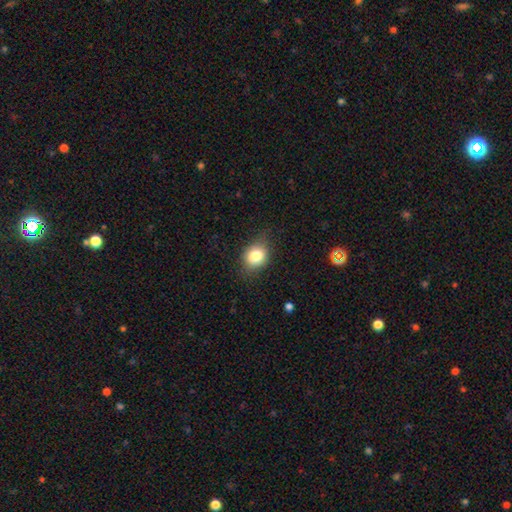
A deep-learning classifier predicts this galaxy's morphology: Overall: smooth (79%). How rounded: round (53%; in between 46%). Merging: none (73%).